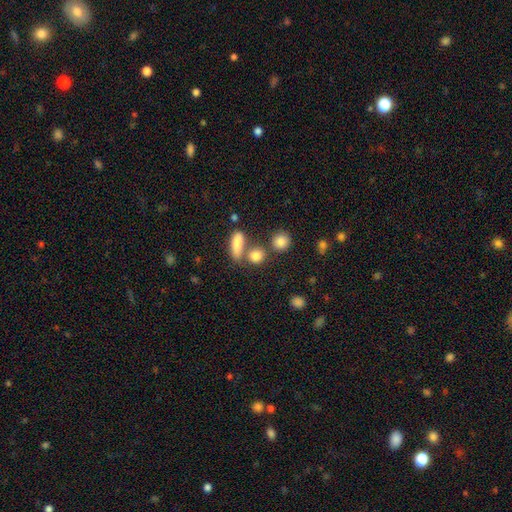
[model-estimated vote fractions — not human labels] smooth 82%, star or artifact 11%, featured or disk 7%. Down the decision tree: how rounded — round (54%); merging — none (57%).